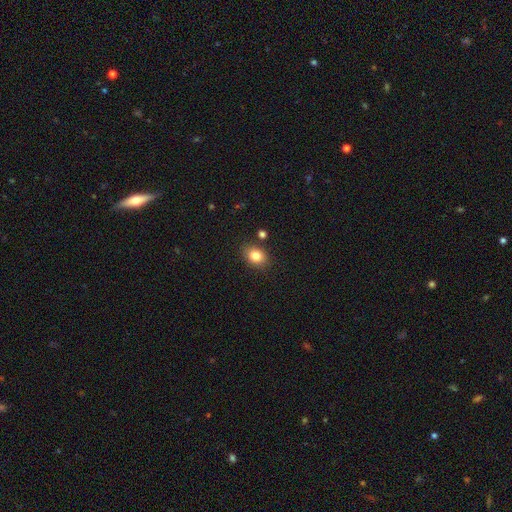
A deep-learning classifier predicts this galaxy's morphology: A smooth galaxy with no disk features (82%) that is in between round and cigar-shaped (61%).

Vote fractions:
- Smooth or featured? smooth: 82% / star or artifact: 10% / featured or disk: 8%
- How rounded? in between: 61% / round: 38% / cigar-shaped: 1%
- Merging? none: 82% / minor disturbance: 11% / merger: 4% / major disturbance: 3%